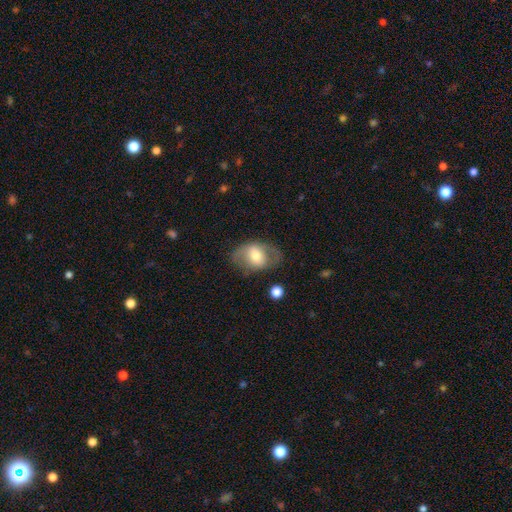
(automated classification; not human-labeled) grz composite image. It shows a smooth galaxy with no disk features (52%) that is in between round and cigar-shaped (73%). Merging: none (68%).